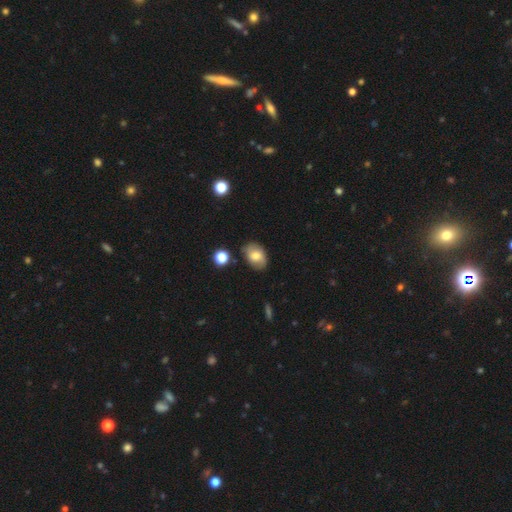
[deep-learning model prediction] Smooth or featured? smooth (68%)
How rounded? in between (77%)
Merging? none (76%)